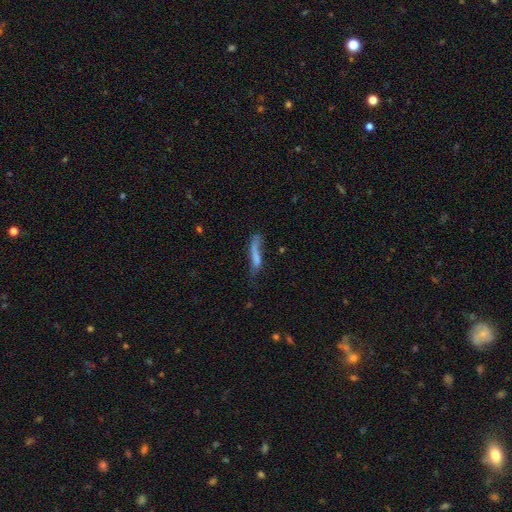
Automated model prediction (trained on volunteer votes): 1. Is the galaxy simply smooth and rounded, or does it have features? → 60% smooth, 31% featured or disk, 9% star or artifact.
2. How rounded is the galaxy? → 80% cigar-shaped, 18% in between, 2% round.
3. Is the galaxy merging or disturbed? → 36% none, 28% major disturbance, 27% minor disturbance, 9% merger.